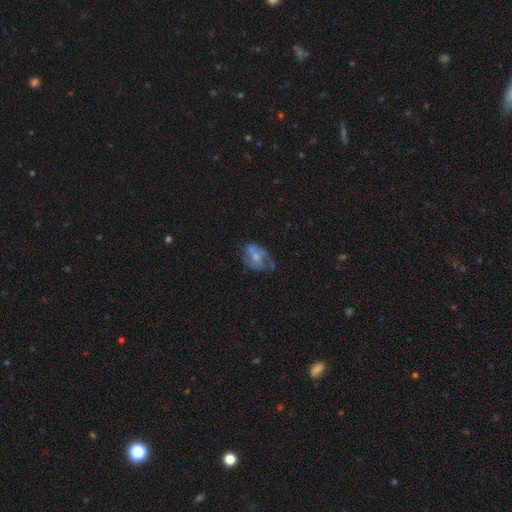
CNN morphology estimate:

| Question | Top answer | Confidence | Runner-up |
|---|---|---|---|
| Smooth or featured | featured or disk | 51% | smooth (40%) |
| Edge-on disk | no | 97% | yes (3%) |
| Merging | none | 34% | minor disturbance (27%) |